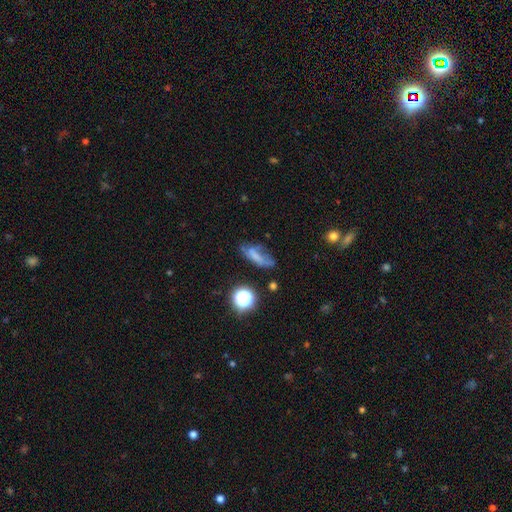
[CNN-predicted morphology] Smooth or featured?
  - smooth: 52% *
  - featured or disk: 28%
  - star or artifact: 20%
How rounded?
  - in between: 56% *
  - cigar-shaped: 34%
  - round: 10%
Merging?
  - none: 44% *
  - minor disturbance: 28%
  - major disturbance: 21%
  - merger: 7%